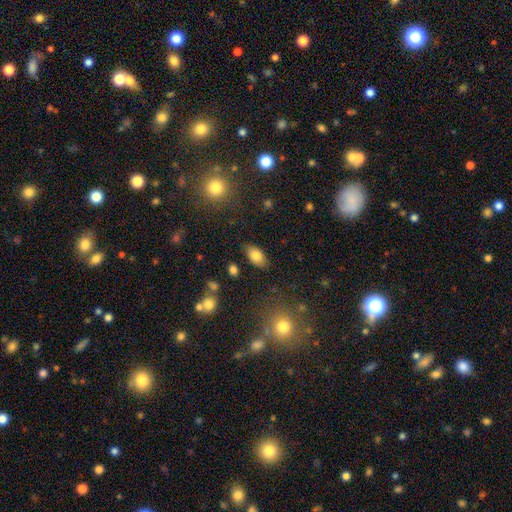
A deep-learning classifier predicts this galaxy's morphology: The model was most divided on "smooth or featured": smooth: 79%, featured or disk: 12%, star or artifact: 9%. More confident: how rounded — in between (91%); merging — none (82%).